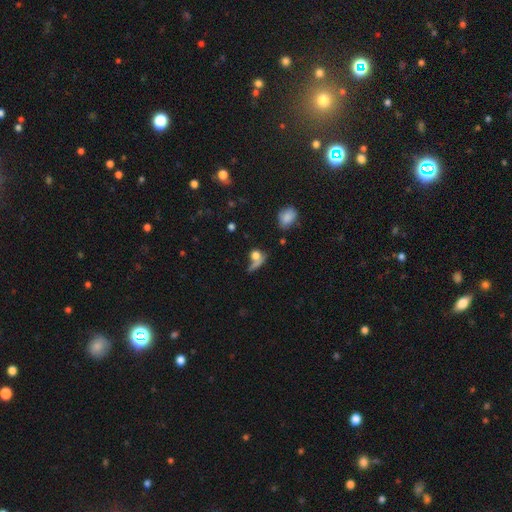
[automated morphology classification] Smooth or featured?
  - smooth: 67% *
  - featured or disk: 17%
  - star or artifact: 16%
How rounded?
  - round: 61% *
  - in between: 30%
  - cigar-shaped: 9%
Merging?
  - none: 40% *
  - merger: 24%
  - major disturbance: 20%
  - minor disturbance: 16%